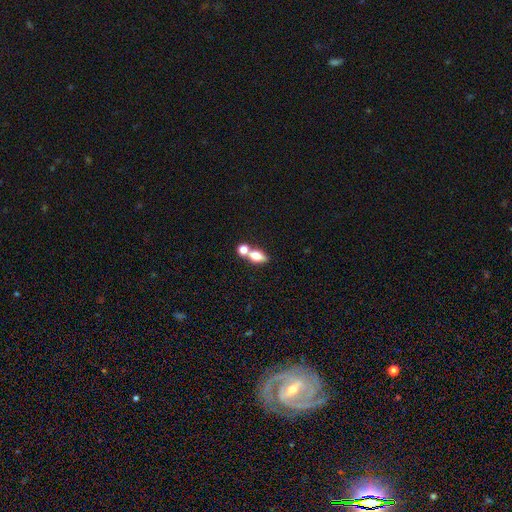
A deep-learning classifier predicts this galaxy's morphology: The model was most divided on "merging": merger: 49%, none: 37%, minor disturbance: 9%, major disturbance: 4%. More confident: how rounded — in between (72%); smooth or featured — smooth (69%).